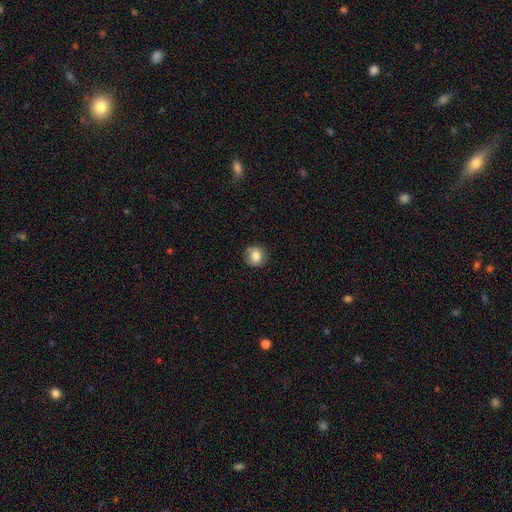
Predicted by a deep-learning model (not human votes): Smooth or featured? Predicted: smooth (p=0.80). How rounded? Predicted: round (p=0.80). Merging? Predicted: none (p=0.77).